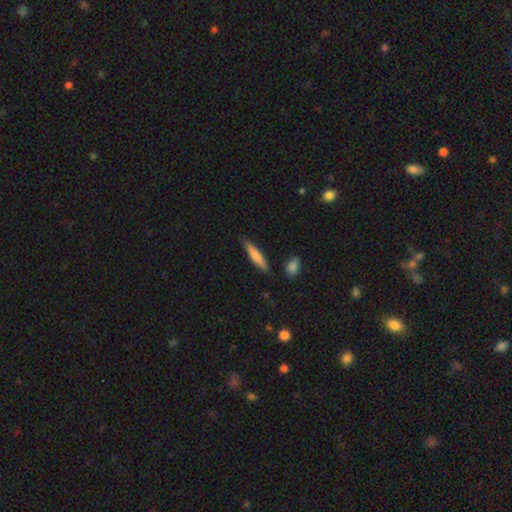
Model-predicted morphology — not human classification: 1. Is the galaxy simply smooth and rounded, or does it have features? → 74% smooth, 20% featured or disk, 5% star or artifact.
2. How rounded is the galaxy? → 87% cigar-shaped, 12% in between, 2% round.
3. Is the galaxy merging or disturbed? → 84% none, 11% minor disturbance, 3% merger, 2% major disturbance.